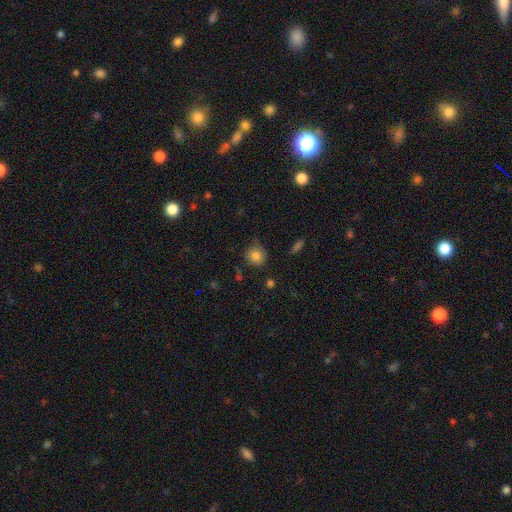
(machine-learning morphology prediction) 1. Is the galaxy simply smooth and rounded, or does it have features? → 83% smooth, 10% star or artifact, 7% featured or disk.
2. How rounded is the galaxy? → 82% round, 17% in between, 1% cigar-shaped.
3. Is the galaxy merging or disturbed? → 73% none, 20% minor disturbance, 4% major disturbance, 2% merger.